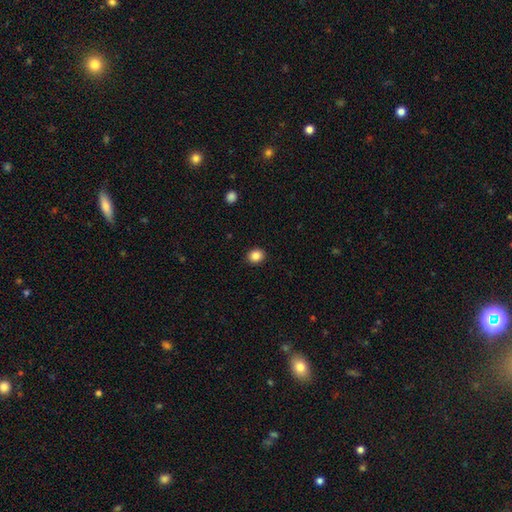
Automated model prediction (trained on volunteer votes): A smooth galaxy with no disk features (86%) that is round (70%). Merging: none (91%).